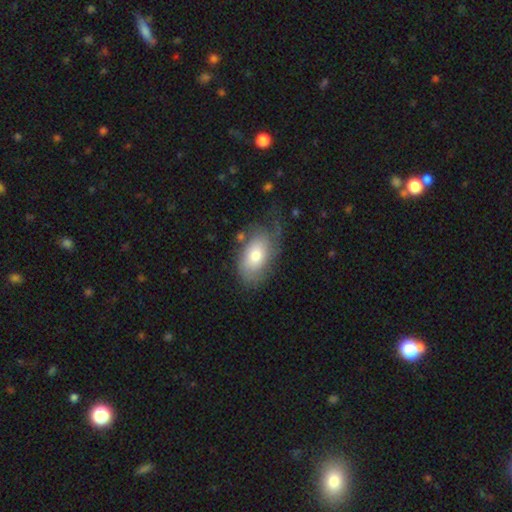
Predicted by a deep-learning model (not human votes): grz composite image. It shows a smooth galaxy with no disk features (61%) that is in between round and cigar-shaped (90%). Merging: none (49%).